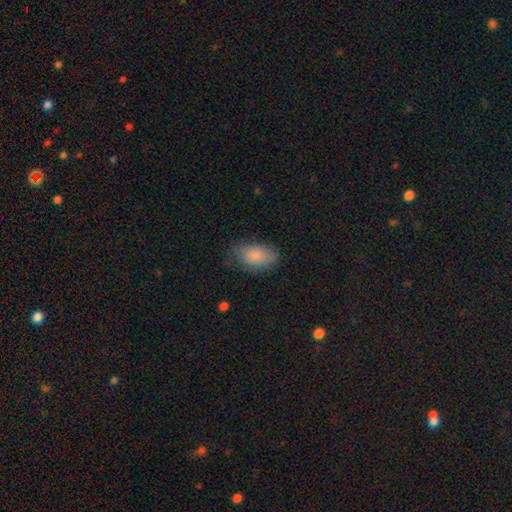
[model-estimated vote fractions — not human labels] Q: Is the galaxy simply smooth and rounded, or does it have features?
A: smooth — 84%.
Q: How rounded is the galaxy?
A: in between — 91%.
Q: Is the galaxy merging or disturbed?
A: none — 70%.